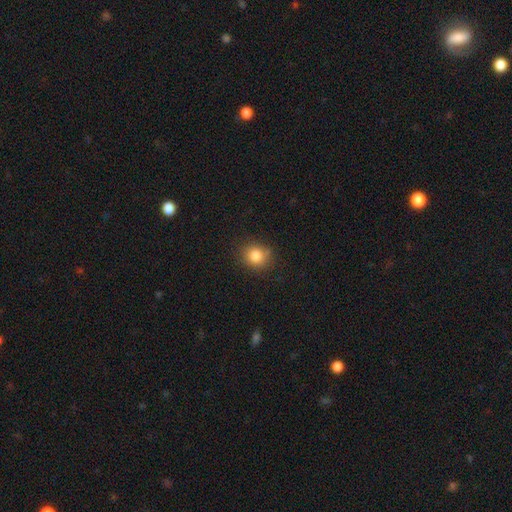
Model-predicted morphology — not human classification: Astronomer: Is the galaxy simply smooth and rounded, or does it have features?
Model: smooth — 83%.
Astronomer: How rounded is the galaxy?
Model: round — 81%.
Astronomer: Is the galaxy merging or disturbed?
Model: none — 83%.